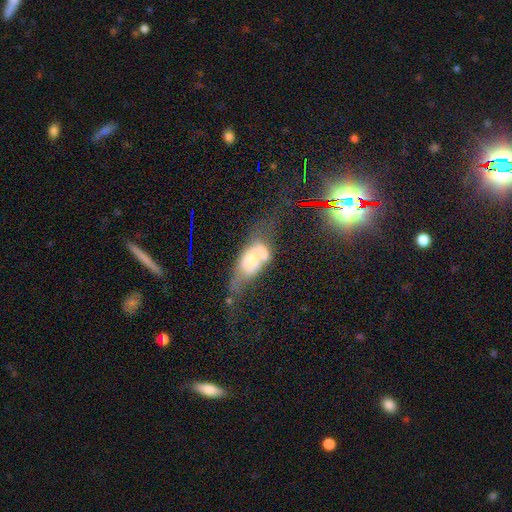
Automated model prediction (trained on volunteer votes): Smooth or featured?
  - featured or disk: 45% *
  - smooth: 40%
  - star or artifact: 15%
Merging?
  - merger: 53% *
  - major disturbance: 17%
  - none: 17%
  - minor disturbance: 13%